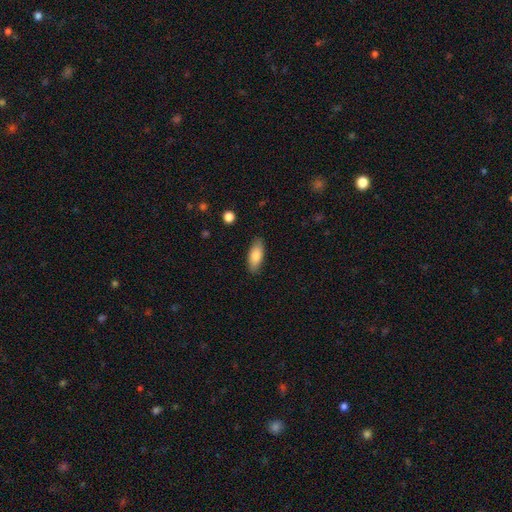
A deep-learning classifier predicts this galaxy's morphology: Smooth or featured? smooth (82%)
How rounded? in between (79%)
Merging? none (86%)